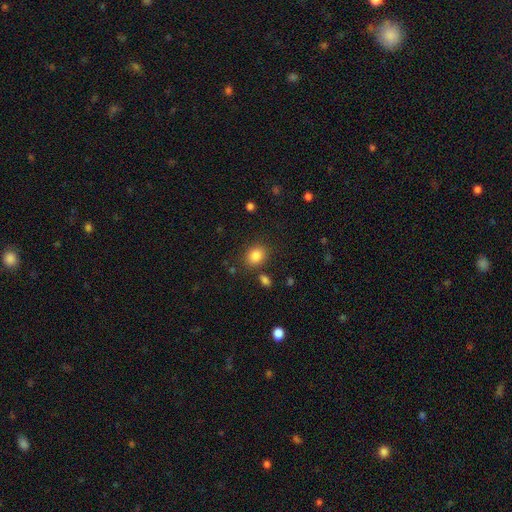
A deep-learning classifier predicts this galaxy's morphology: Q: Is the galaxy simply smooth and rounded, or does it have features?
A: smooth — 85%.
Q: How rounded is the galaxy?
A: round — 57%.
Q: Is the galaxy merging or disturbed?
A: none — 81%.